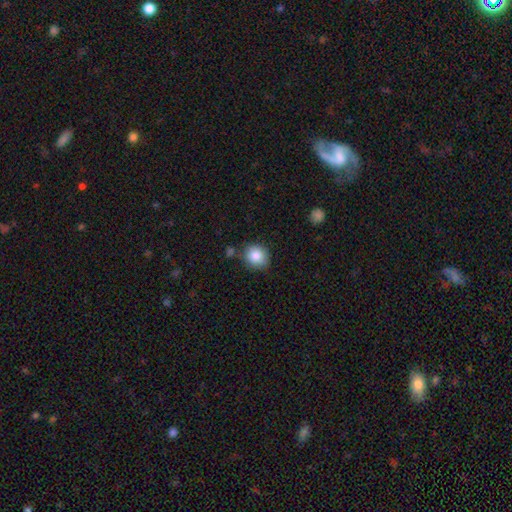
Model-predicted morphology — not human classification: This is clearly a smooth galaxy (84%). How rounded: clearly round (82%). Merging: likely none (76%).